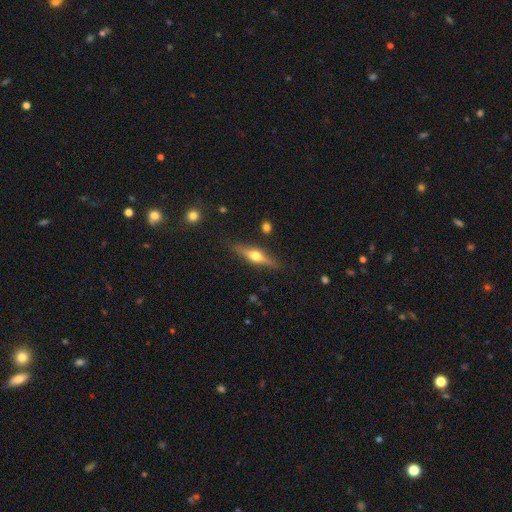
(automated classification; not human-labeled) Smooth or featured?
  - featured or disk: 64% *
  - smooth: 30%
  - star or artifact: 6%
Edge-on disk?
  - yes: 95% *
  - no: 5%
Edge-on bulge?
  - rounded: 94% *
  - boxy: 3%
  - none: 3%
Merging?
  - none: 86% *
  - minor disturbance: 10%
  - major disturbance: 2%
  - merger: 2%